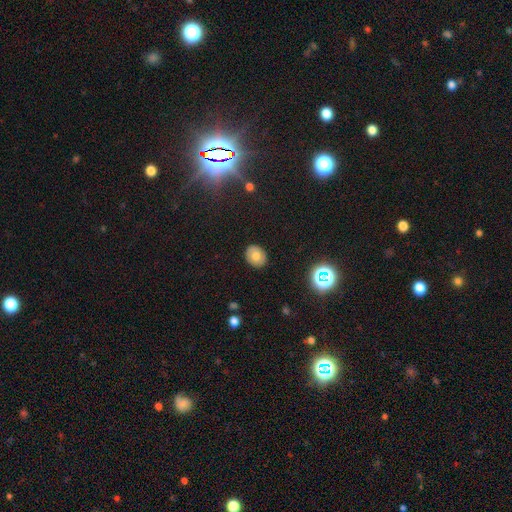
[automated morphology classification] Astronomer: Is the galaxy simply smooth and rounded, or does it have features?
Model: smooth — 72%.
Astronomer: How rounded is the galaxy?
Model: round — 57% (runner-up: in between, 42%).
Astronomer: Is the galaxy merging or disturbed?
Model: none — 88%.